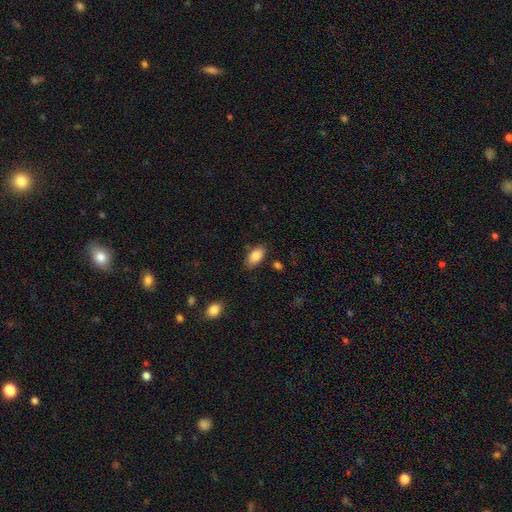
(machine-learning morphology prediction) This is clearly a smooth galaxy (86%). How rounded: clearly in between (93%). Merging: clearly none (81%).